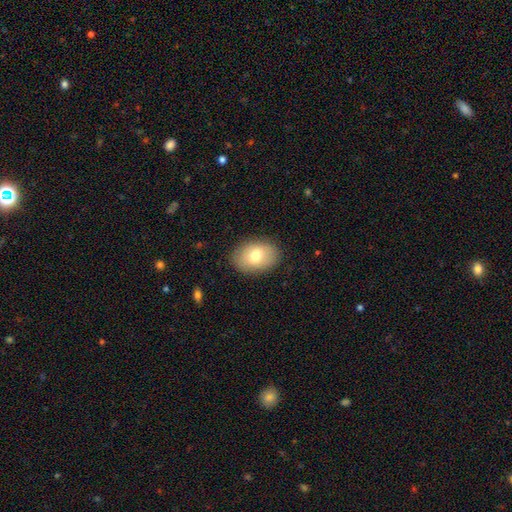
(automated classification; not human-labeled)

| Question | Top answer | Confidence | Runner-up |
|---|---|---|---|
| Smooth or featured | smooth | 76% | featured or disk (17%) |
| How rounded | in between | 81% | round (18%) |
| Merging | none | 87% | minor disturbance (10%) |